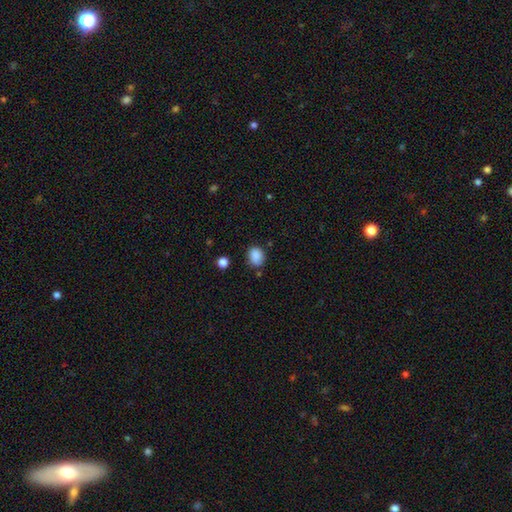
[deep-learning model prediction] This appears to be a smooth galaxy with no disk features (87%) that is round (55%). Merging: none (73%).